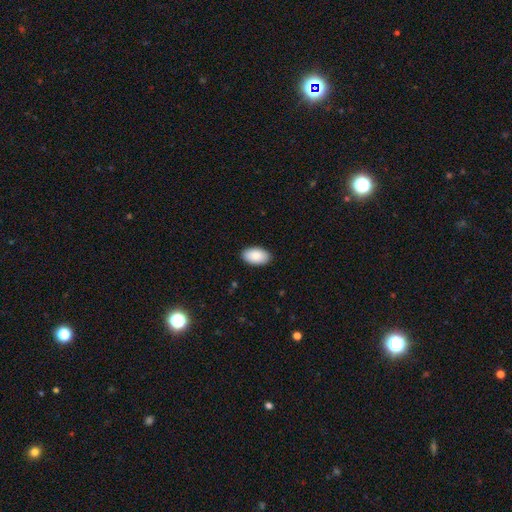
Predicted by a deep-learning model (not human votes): smooth 90%, star or artifact 6%, featured or disk 5%. Down the decision tree: how rounded — in between (95%); merging — none (90%).